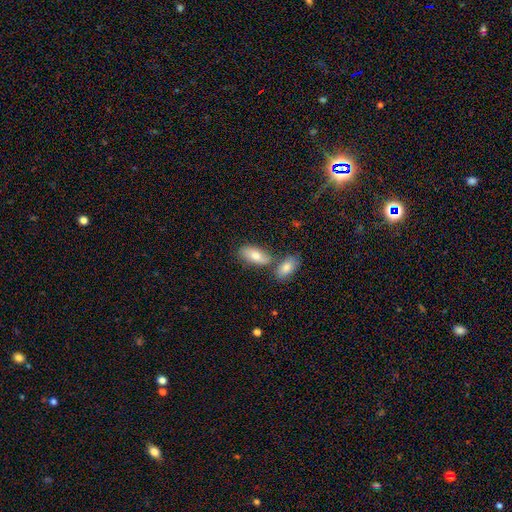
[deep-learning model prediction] smooth 74%, featured or disk 19%, star or artifact 7%. Down the decision tree: how rounded — in between (88%); merging — none (54%).